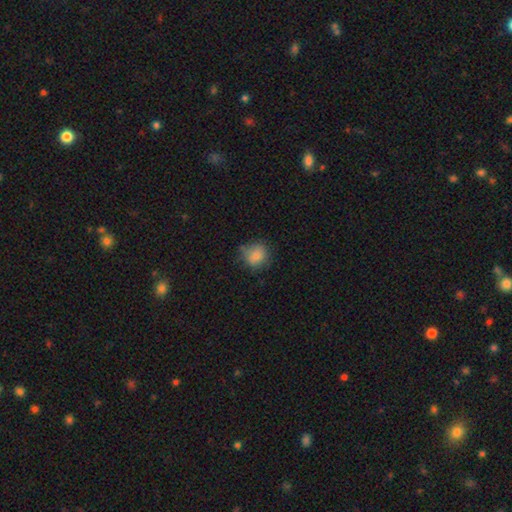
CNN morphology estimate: Smooth or featured?
  - smooth: 82% *
  - star or artifact: 9%
  - featured or disk: 9%
How rounded?
  - round: 72% *
  - in between: 27%
  - cigar-shaped: 1%
Merging?
  - none: 61% *
  - minor disturbance: 27%
  - major disturbance: 9%
  - merger: 2%